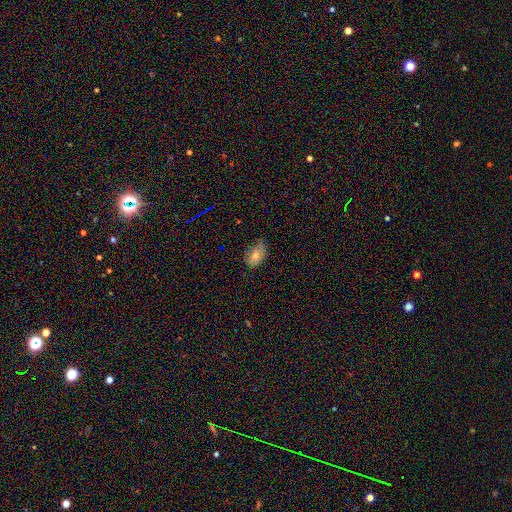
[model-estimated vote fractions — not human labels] This is likely a smooth galaxy (78%). How rounded: clearly in between (88%). Merging: likely none (61%).